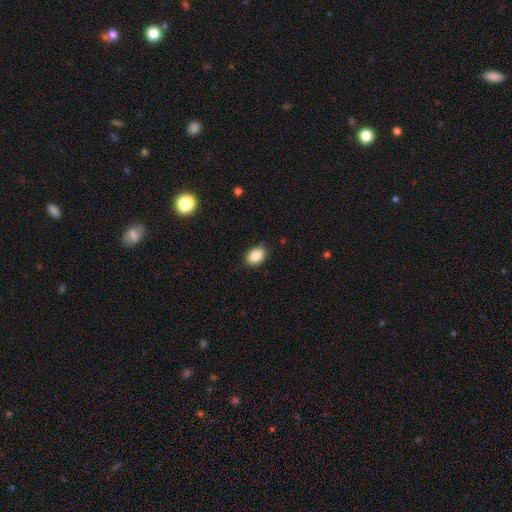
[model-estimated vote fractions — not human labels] Overall: smooth (88%). How rounded: in between (82%). Merging: none (87%).